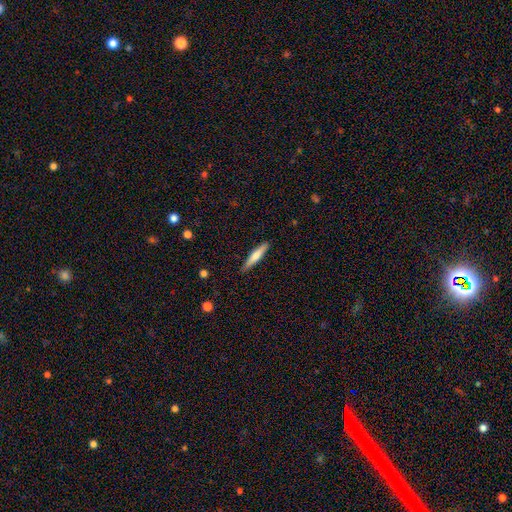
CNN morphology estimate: This appears to be a smooth galaxy with no disk features (61%) that is cigar-shaped (88%). Merging: none (89%).